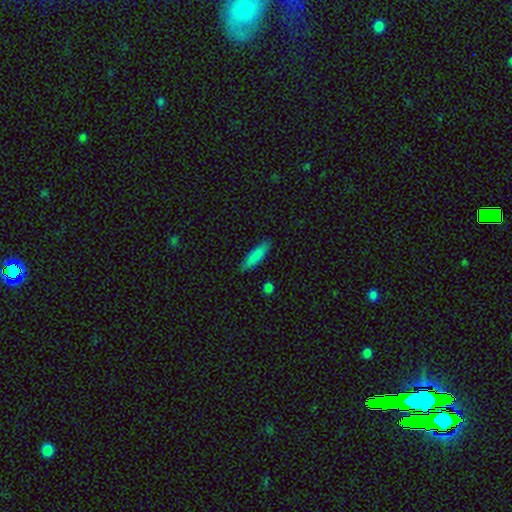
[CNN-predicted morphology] smooth_or_featured: smooth (p=0.84) [alt: featured or disk p=0.09]
how_rounded: cigar-shaped (p=0.68) [alt: in between p=0.30]
merging: none (p=0.87) [alt: minor disturbance p=0.10]